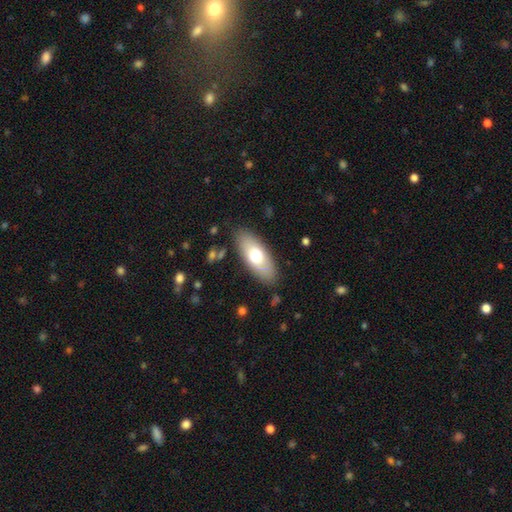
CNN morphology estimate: smooth_or_featured: smooth (p=0.64) [alt: featured or disk p=0.30]
how_rounded: in between (p=0.82) [alt: cigar-shaped p=0.16]
merging: none (p=0.84) [alt: minor disturbance p=0.11]